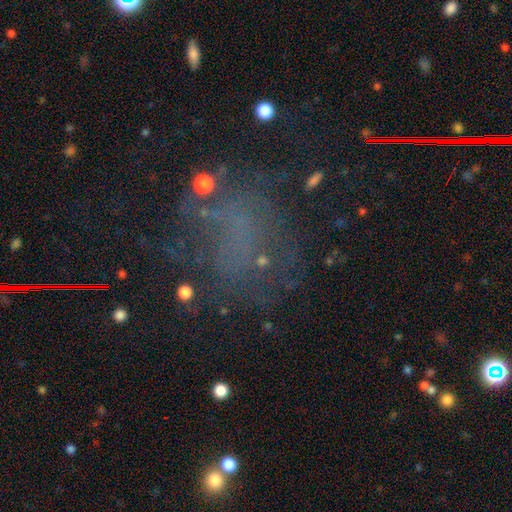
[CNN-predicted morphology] Overall: star or artifact (39%; smooth 32%).